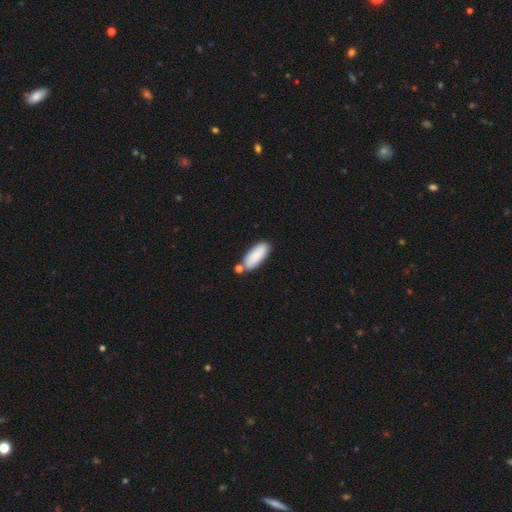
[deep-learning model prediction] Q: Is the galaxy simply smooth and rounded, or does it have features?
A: smooth — 85%.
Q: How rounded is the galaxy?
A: in between — 77%.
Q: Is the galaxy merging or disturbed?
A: none — 68%.